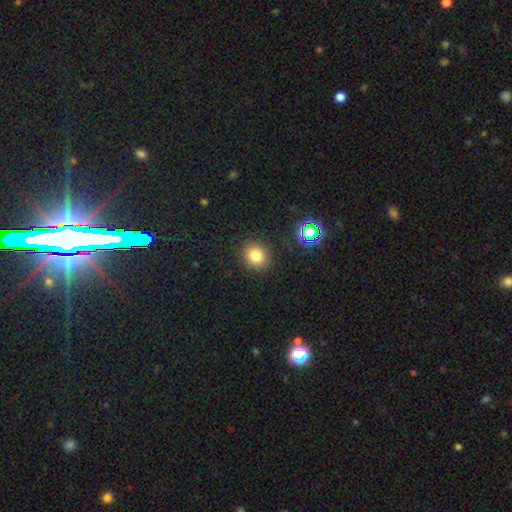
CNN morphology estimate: smooth_or_featured: smooth (p=0.78) [alt: star or artifact p=0.15]
how_rounded: round (p=0.76) [alt: in between p=0.23]
merging: none (p=0.89) [alt: minor disturbance p=0.07]